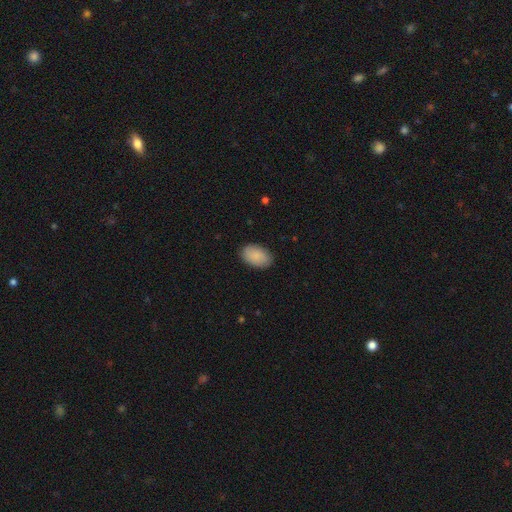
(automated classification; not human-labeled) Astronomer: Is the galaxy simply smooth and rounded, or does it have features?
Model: smooth — 90%.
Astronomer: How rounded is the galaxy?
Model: in between — 92%.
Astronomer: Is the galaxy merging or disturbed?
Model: none — 87%.